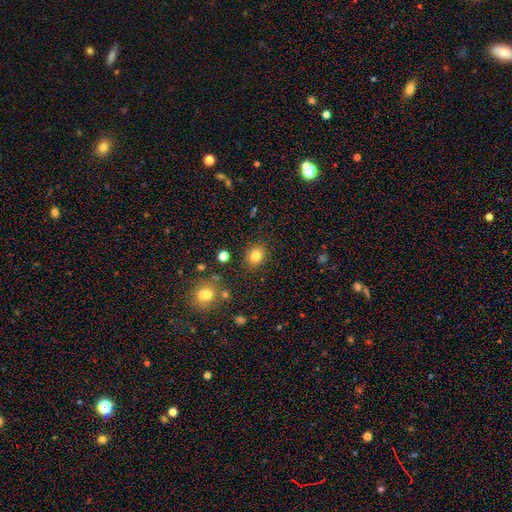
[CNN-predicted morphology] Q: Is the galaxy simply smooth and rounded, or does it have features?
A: smooth — 81%.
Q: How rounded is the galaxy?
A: round — 62%.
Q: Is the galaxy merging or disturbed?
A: none — 86%.